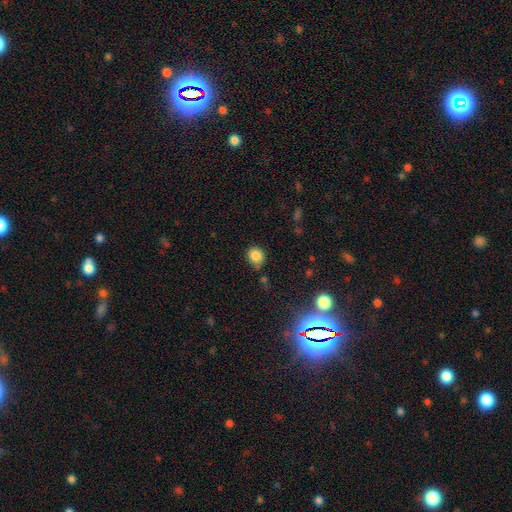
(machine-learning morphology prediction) This is clearly a smooth galaxy (83%). How rounded: likely round (77%). Merging: likely none (73%).